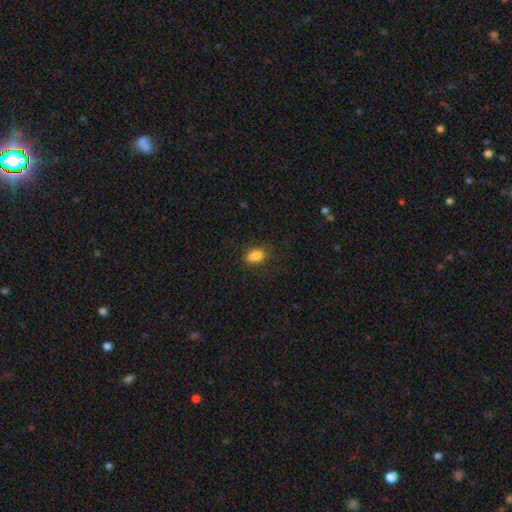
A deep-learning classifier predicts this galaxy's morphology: Smooth or featured? smooth (82%)
How rounded? in between (76%)
Merging? none (70%)